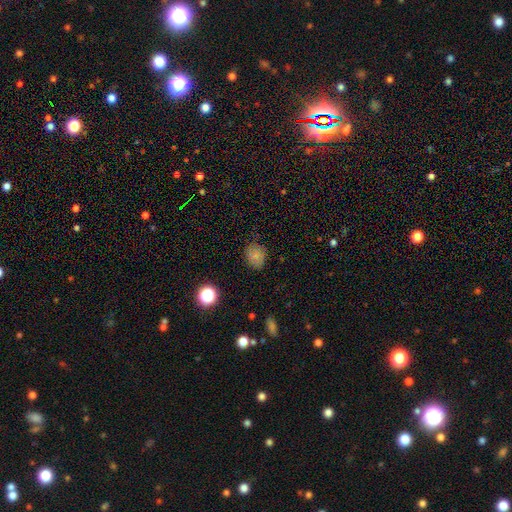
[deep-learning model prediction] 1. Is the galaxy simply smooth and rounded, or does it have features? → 76% smooth, 14% star or artifact, 10% featured or disk.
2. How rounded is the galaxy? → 52% round, 47% in between, 1% cigar-shaped.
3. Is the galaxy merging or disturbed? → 76% none, 18% minor disturbance, 4% major disturbance, 1% merger.